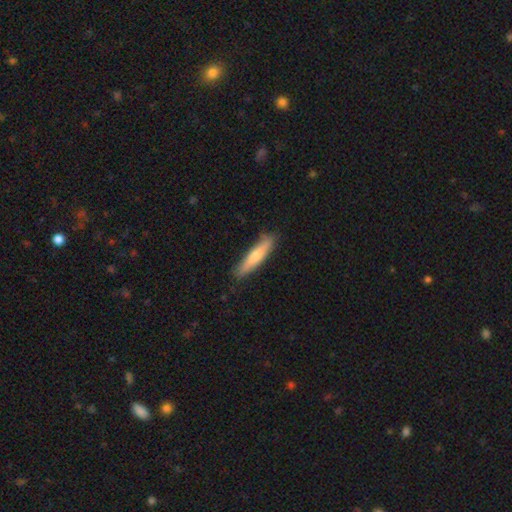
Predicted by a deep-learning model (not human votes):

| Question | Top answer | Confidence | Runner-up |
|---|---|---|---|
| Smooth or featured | smooth | 64% | featured or disk (30%) |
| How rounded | cigar-shaped | 88% | in between (11%) |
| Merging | none | 86% | minor disturbance (11%) |